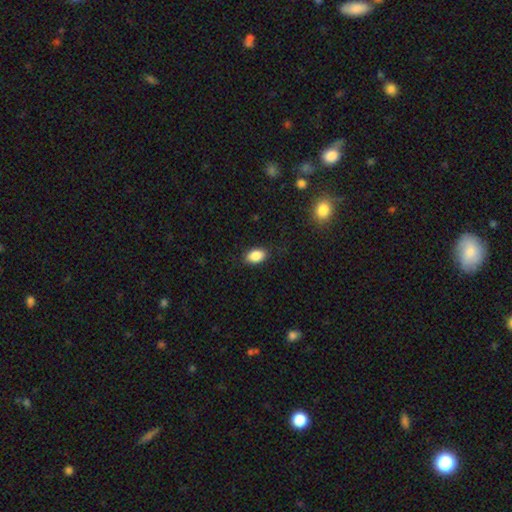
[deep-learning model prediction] Q: Smooth or featured?
A: smooth (87%); runner-up: star or artifact (8%)
Q: How rounded?
A: in between (88%); runner-up: round (11%)
Q: Merging?
A: none (86%); runner-up: minor disturbance (10%)